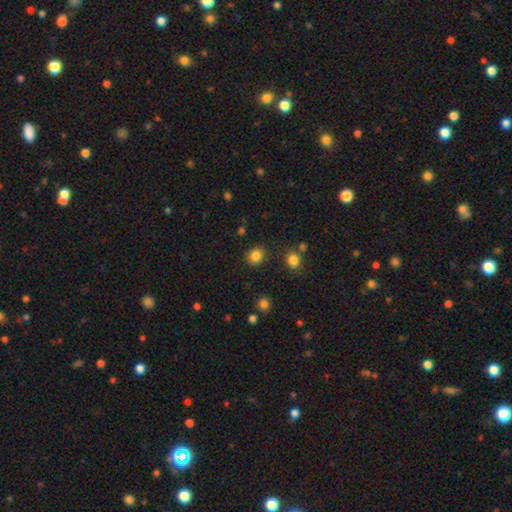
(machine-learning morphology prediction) smooth-or-featured: smooth: 84% | star or artifact: 12% | featured or disk: 4%
  how-rounded: round: 75% | in between: 24% | cigar-shaped: 1%
  merging: none: 85% | minor disturbance: 9% | merger: 3% | major disturbance: 3%